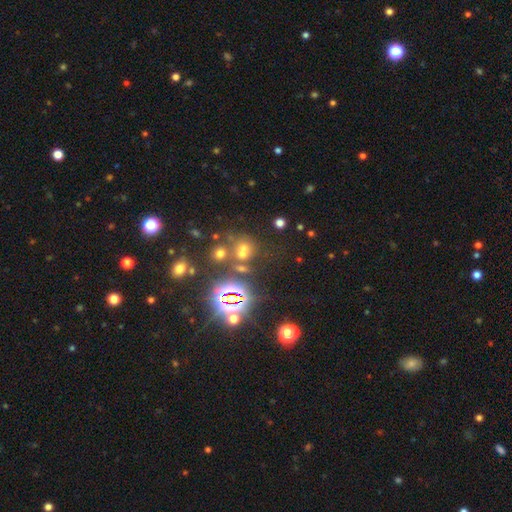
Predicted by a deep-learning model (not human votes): A star or artifact, not a galaxy (78%).